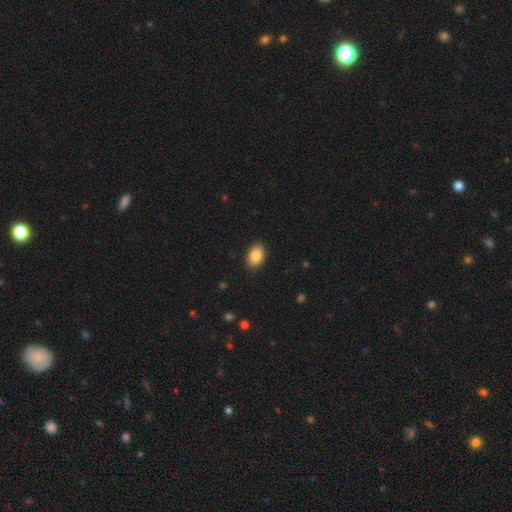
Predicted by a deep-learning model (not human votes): A smooth galaxy with no disk features (88%) that is in between round and cigar-shaped (88%). Merging: none (89%).